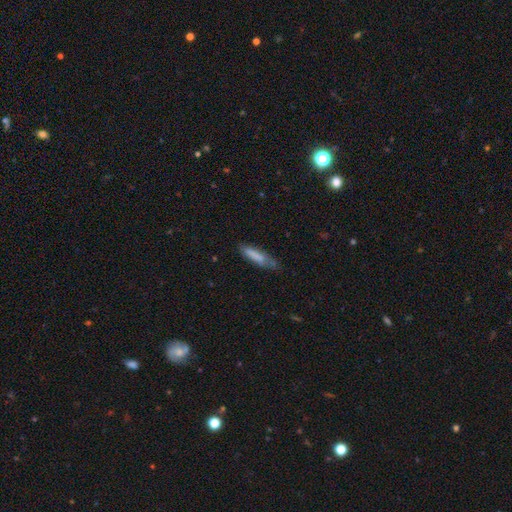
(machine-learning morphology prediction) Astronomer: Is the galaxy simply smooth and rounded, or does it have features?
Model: smooth — 78%.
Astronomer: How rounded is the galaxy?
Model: cigar-shaped — 76%.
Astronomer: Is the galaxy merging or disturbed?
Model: none — 59%.